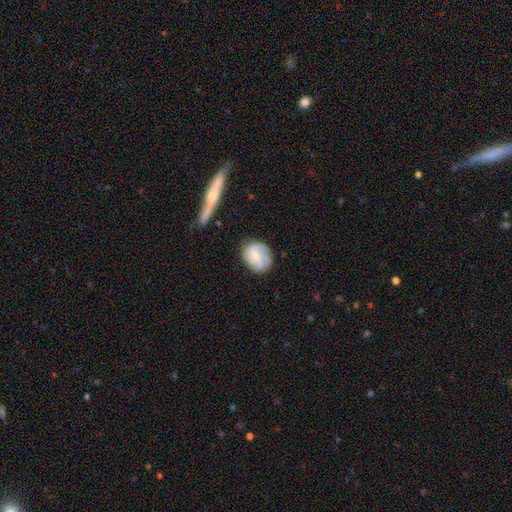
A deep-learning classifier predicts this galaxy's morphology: smooth-or-featured: smooth: 49% | featured or disk: 44% | star or artifact: 7%
  merging: none: 64% | minor disturbance: 23% | major disturbance: 10% | merger: 3%